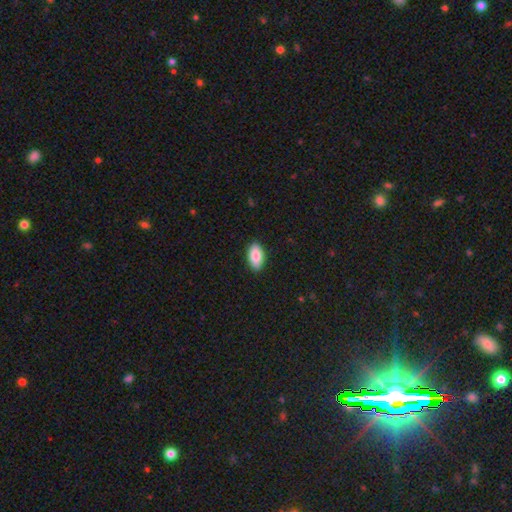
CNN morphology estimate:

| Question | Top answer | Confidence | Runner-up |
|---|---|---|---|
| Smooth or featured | smooth | 85% | featured or disk (8%) |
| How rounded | in between | 93% | round (4%) |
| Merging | none | 89% | minor disturbance (8%) |